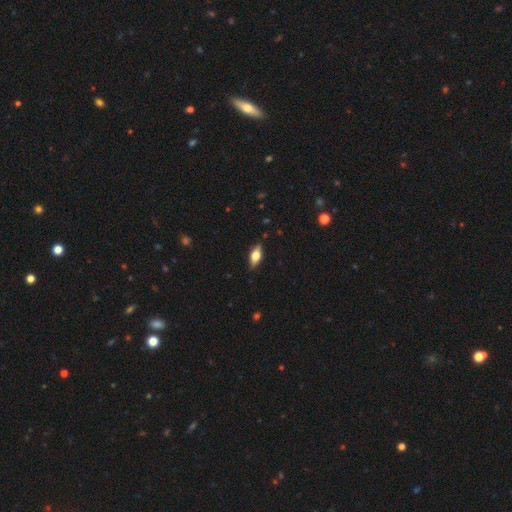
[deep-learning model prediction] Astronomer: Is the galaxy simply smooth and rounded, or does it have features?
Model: smooth — 57% (runner-up: featured or disk, 36%).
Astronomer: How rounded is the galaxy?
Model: in between — 78%.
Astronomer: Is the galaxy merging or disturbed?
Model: none — 86%.